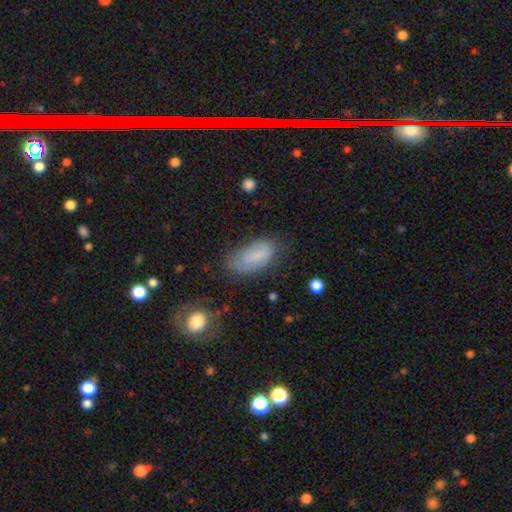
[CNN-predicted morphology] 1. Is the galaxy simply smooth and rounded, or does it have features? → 76% smooth, 15% featured or disk, 9% star or artifact.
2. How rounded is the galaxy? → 90% in between, 6% cigar-shaped, 3% round.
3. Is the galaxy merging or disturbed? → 54% none, 30% minor disturbance, 13% major disturbance, 3% merger.